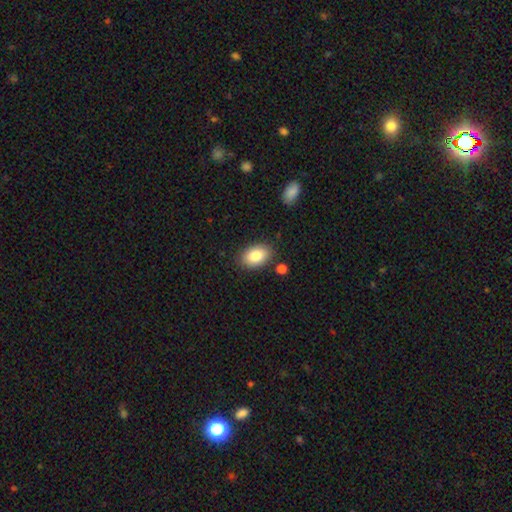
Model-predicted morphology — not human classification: smooth_or_featured: smooth (p=0.84) [alt: featured or disk p=0.09]
how_rounded: in between (p=0.87) [alt: round p=0.12]
merging: none (p=0.84) [alt: minor disturbance p=0.10]